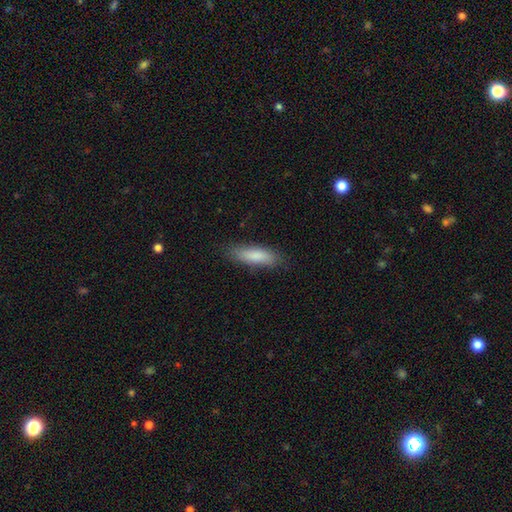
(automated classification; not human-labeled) This appears to be a smooth galaxy with no disk features (84%) that is cigar-shaped (56%). Merging: none (83%).